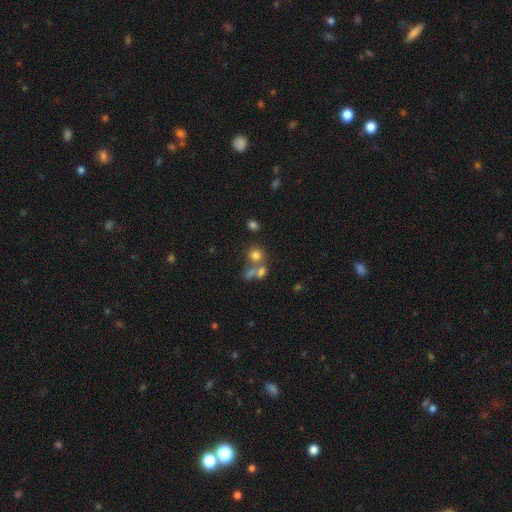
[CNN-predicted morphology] This appears to be a smooth galaxy with no disk features (71%) that is round (82%). Merging: none (51%).